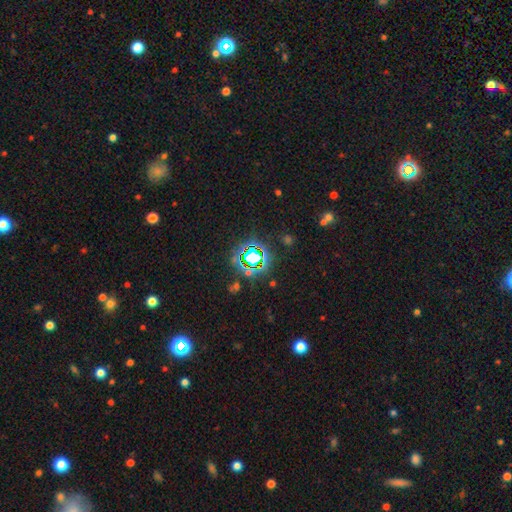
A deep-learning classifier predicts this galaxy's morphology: Smooth or featured?
  - star or artifact: 74% *
  - smooth: 17%
  - featured or disk: 9%